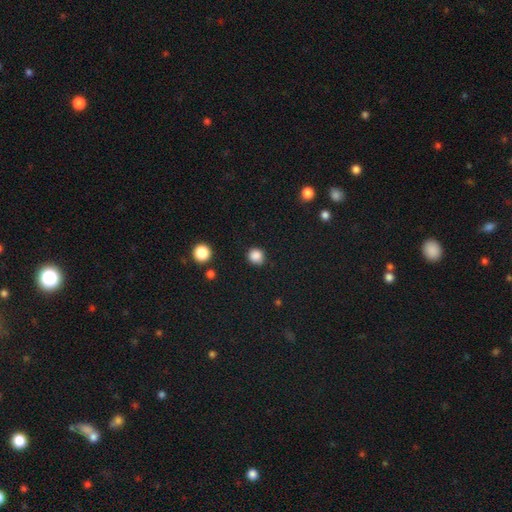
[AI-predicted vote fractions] Smooth or featured?
  - smooth: 86% *
  - star or artifact: 11%
  - featured or disk: 3%
How rounded?
  - round: 86% *
  - in between: 13%
  - cigar-shaped: 1%
Merging?
  - none: 85% *
  - minor disturbance: 11%
  - major disturbance: 3%
  - merger: 2%